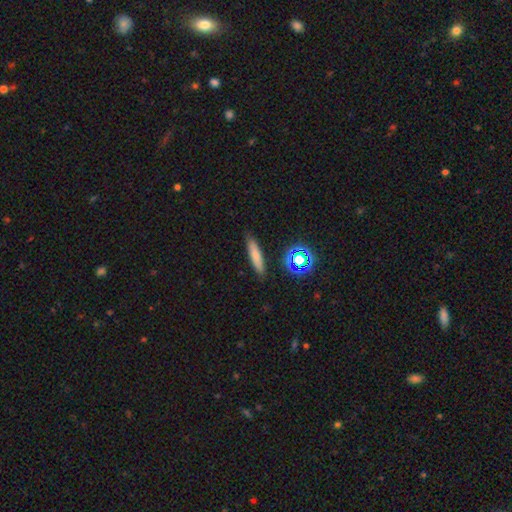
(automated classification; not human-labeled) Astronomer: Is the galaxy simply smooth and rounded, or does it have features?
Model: smooth — 74%.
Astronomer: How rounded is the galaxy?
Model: cigar-shaped — 84%.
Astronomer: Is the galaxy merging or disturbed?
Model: none — 88%.